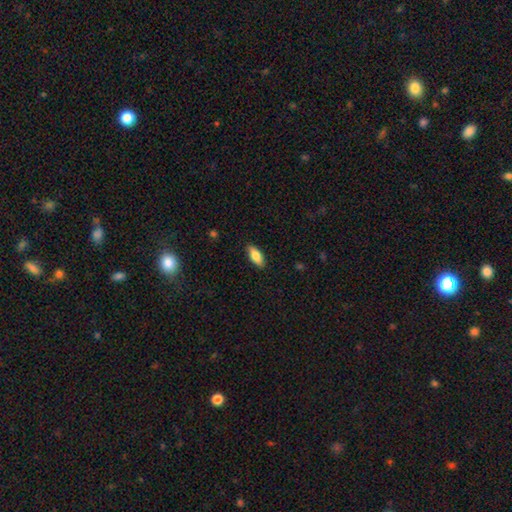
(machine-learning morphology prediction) Smooth or featured: smooth — 80% (featured or disk — 14%)
How rounded: in between — 83% (cigar-shaped — 15%)
Merging: none — 88% (minor disturbance — 9%)